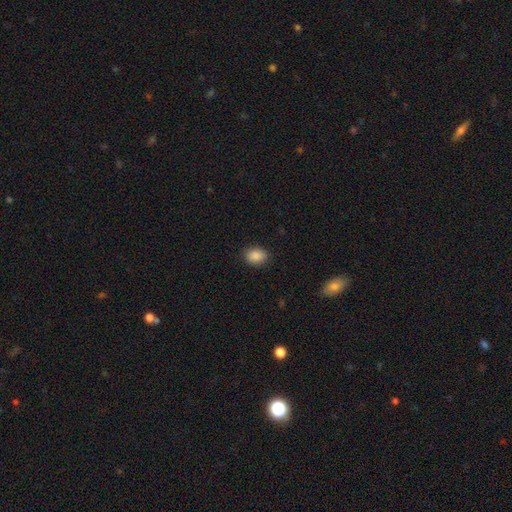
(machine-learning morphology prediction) Smooth or featured?
  - smooth: 88% *
  - star or artifact: 8%
  - featured or disk: 4%
How rounded?
  - in between: 65% *
  - round: 34%
  - cigar-shaped: 1%
Merging?
  - none: 87% *
  - minor disturbance: 10%
  - major disturbance: 2%
  - merger: 1%